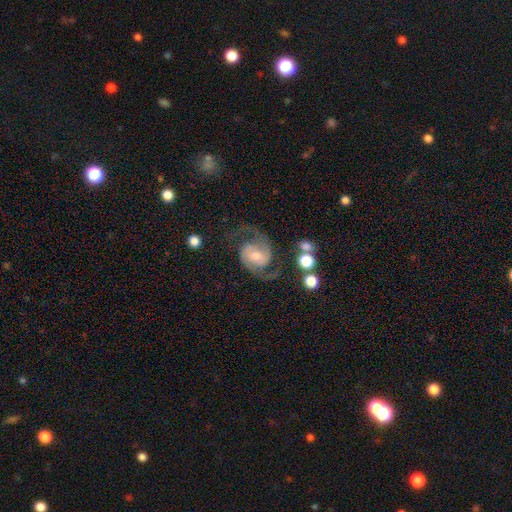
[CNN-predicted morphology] Q: Smooth or featured?
A: featured or disk (89%); runner-up: smooth (6%)
Q: Edge-on disk?
A: no (98%); runner-up: yes (2%)
Q: Bar?
A: no (49%); runner-up: weak (39%)
Q: Spiral arms?
A: yes (98%); runner-up: no (2%)
Q: Spiral winding?
A: medium (57%); runner-up: loose (27%)
Q: Spiral arm count?
A: 2 (94%); runner-up: can't tell (2%)
Q: Bulge size?
A: moderate (56%); runner-up: small (32%)
Q: Merging?
A: none (72%); runner-up: minor disturbance (14%)